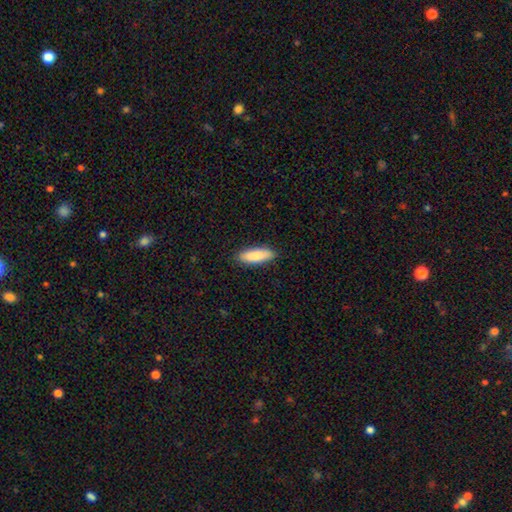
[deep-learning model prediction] A smooth galaxy with no disk features (88%) that is in between round and cigar-shaped (59%).

Vote fractions:
- Smooth or featured? smooth: 88% / featured or disk: 7% / star or artifact: 5%
- How rounded? in between: 59% / cigar-shaped: 39% / round: 2%
- Merging? none: 88% / minor disturbance: 9% / major disturbance: 2% / merger: 1%